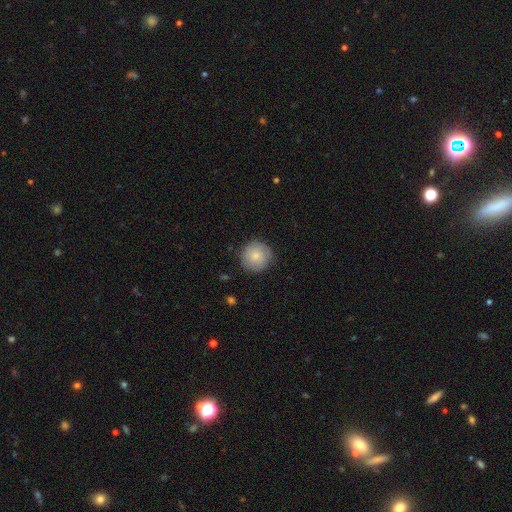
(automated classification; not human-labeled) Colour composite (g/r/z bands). It shows a smooth galaxy with no disk features (80%) that is round (94%). Merging: none (85%).